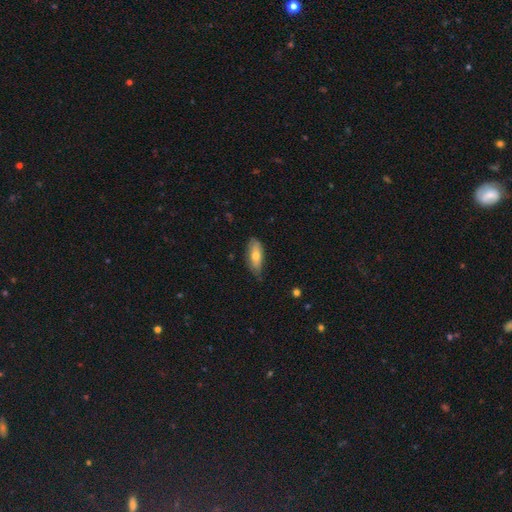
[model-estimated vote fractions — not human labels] smooth 64%, featured or disk 30%, star or artifact 6%. Down the decision tree: how rounded — in between (71%); merging — none (68%).